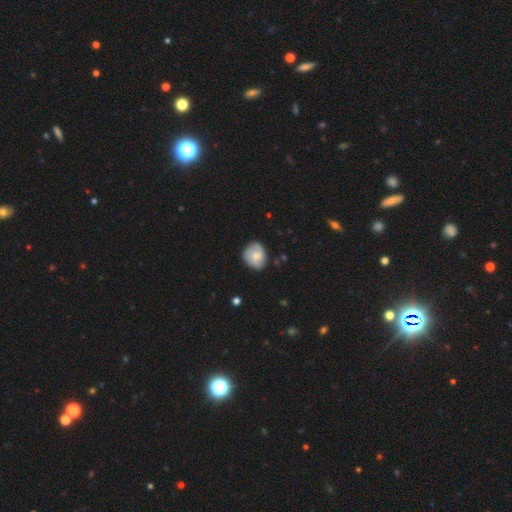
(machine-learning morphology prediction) Q: Smooth or featured?
A: smooth (54%); runner-up: featured or disk (40%)
Q: How rounded?
A: round (60%); runner-up: in between (39%)
Q: Merging?
A: none (72%); runner-up: minor disturbance (22%)